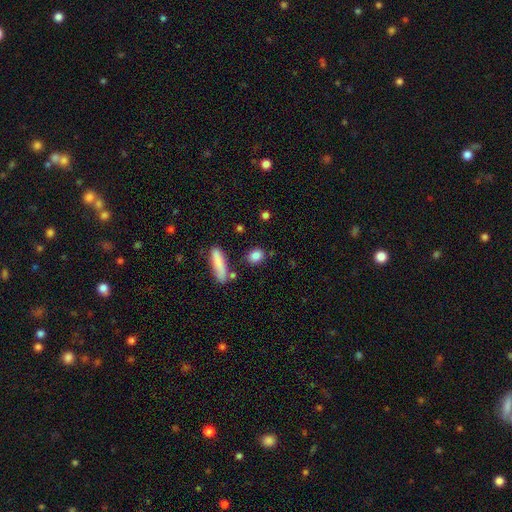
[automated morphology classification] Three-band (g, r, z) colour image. It shows a smooth galaxy with no disk features (85%) that is in between round and cigar-shaped (51%). Merging: none (79%).